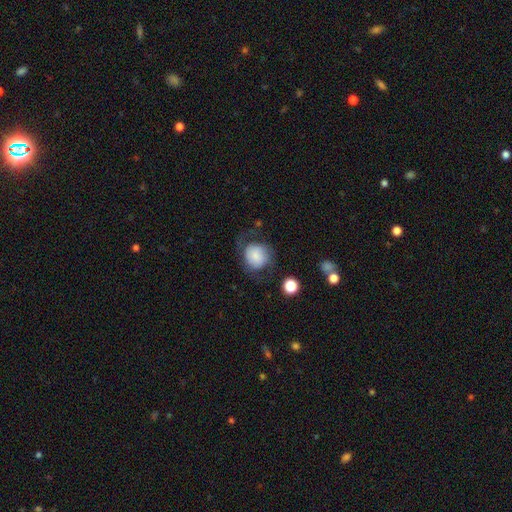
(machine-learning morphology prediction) Overall: smooth (68%). How rounded: round (79%). Merging: none (49%; minor disturbance 24%).